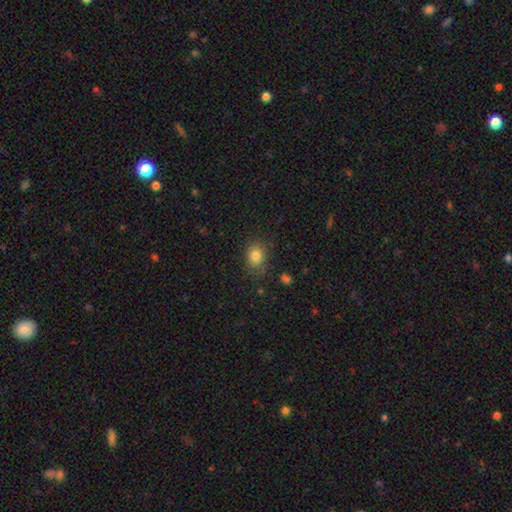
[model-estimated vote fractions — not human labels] Smooth or featured? smooth (81%)
How rounded? round (50%)
Merging? none (76%)